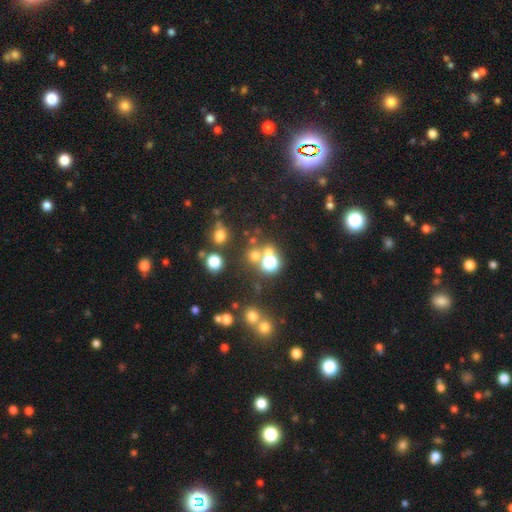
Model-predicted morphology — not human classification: smooth 57%, star or artifact 31%, featured or disk 12%. Down the decision tree: how rounded — round (86%); merging — none (63%).